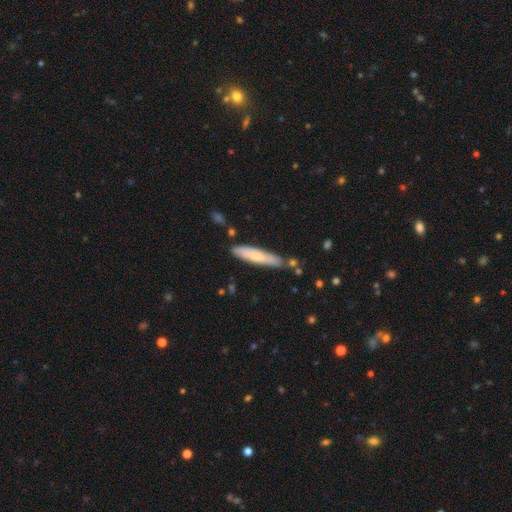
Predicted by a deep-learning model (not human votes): This is likely a smooth galaxy (67%). How rounded: clearly cigar-shaped (87%). Merging: likely none (78%).